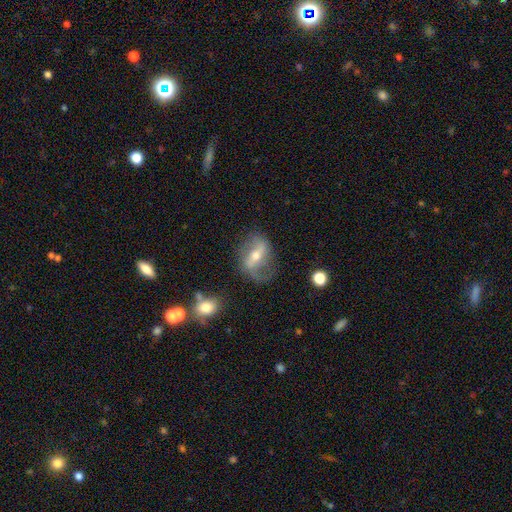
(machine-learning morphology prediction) smooth-or-featured: featured or disk: 79% | smooth: 14% | star or artifact: 7%
  disk-edge-on: no: 92% | yes: 8%
    bar: strong: 52% | weak: 32% | no: 16%
    has-spiral-arms: yes: 88% | no: 12%
      spiral-winding: loose: 64% | medium: 27% | tight: 9%
      spiral-arm-count: 2: 85% | 1: 6% | can't tell: 5% | 3: 1% | 4: 1% | more than 4: 1%
    bulge-size: moderate: 57% | small: 38% | large: 3% | none: 1% | dominant: 1%
  merging: none: 67% | minor disturbance: 19% | major disturbance: 11% | merger: 2%